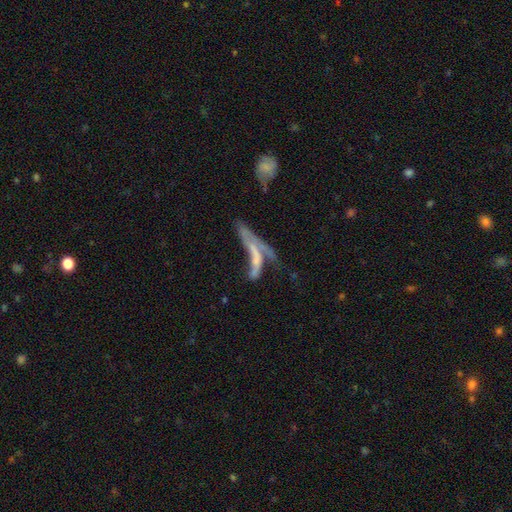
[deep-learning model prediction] Overall: featured or disk (53%; smooth 36%). Edge-on disk: no (60%; yes 40%). Merging: merger (42%; major disturbance 28%).